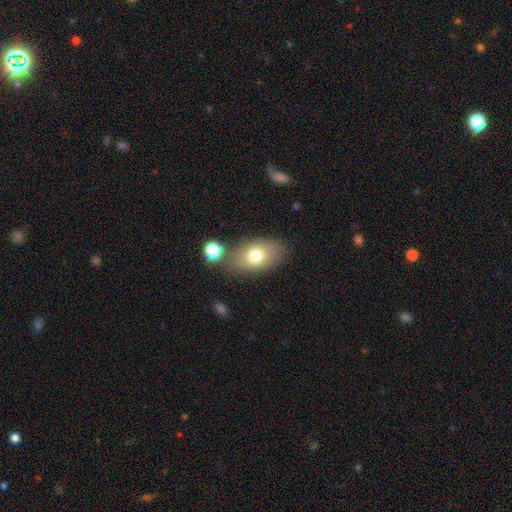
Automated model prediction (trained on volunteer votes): A smooth galaxy with no disk features (75%) that is in between round and cigar-shaped (87%). Merging: none (70%).